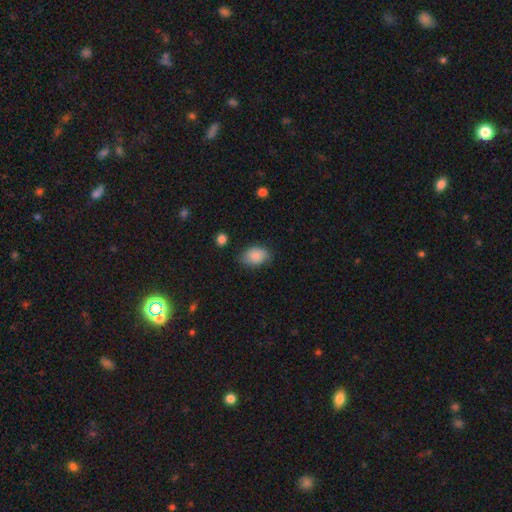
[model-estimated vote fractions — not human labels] Smooth or featured: smooth — 87% (star or artifact — 7%)
How rounded: in between — 81% (round — 18%)
Merging: none — 73% (minor disturbance — 21%)